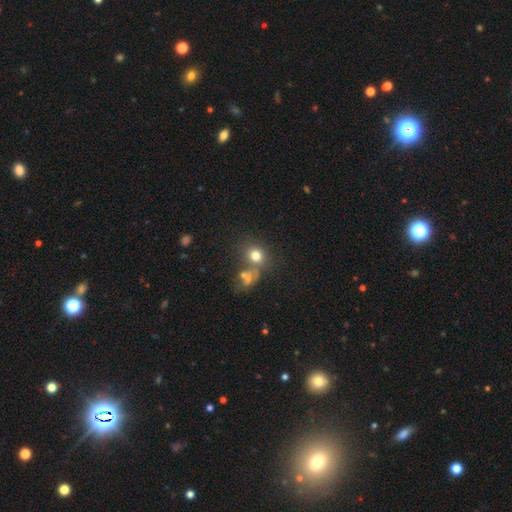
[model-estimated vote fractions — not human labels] A smooth galaxy with no disk features (75%) that is round (71%).

Vote fractions:
- Smooth or featured? smooth: 75% / star or artifact: 14% / featured or disk: 11%
- How rounded? round: 71% / in between: 27% / cigar-shaped: 1%
- Merging? none: 55% / merger: 26% / minor disturbance: 12% / major disturbance: 7%